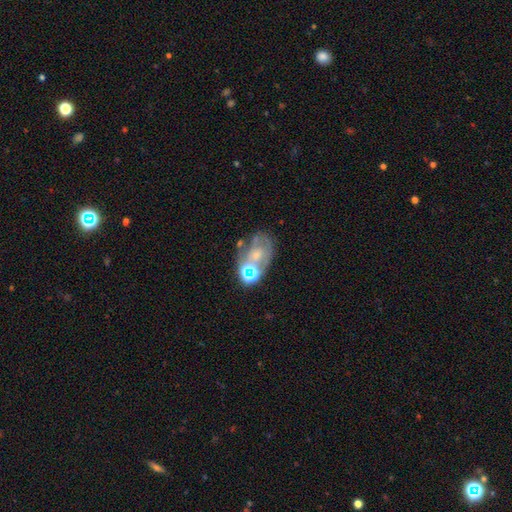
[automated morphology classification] This is possibly a featured or disk galaxy (49%). Merging: possibly none (47%).